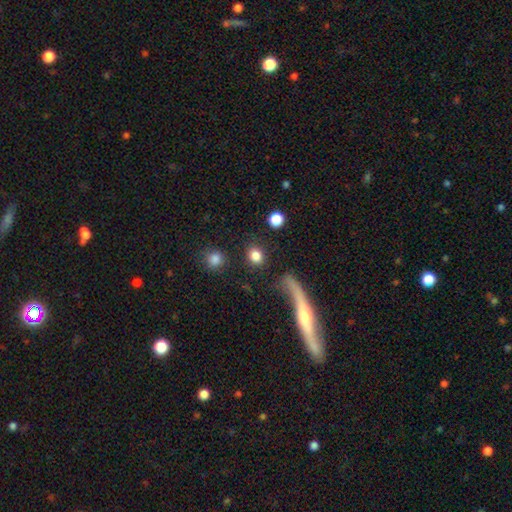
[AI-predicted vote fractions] Overall: smooth (83%). How rounded: round (66%; in between 31%). Merging: none (85%).